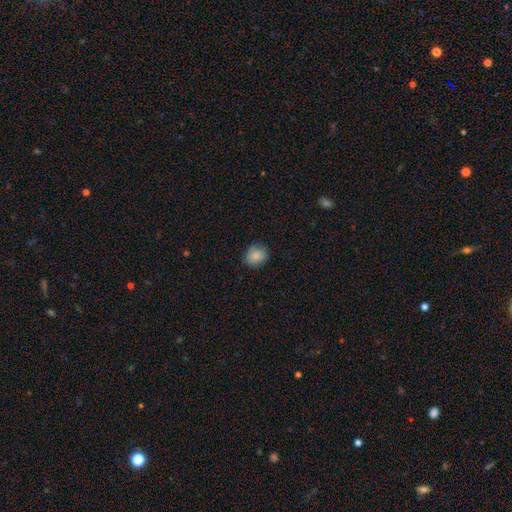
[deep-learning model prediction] Q: Smooth or featured?
A: smooth (85%); runner-up: star or artifact (8%)
Q: How rounded?
A: round (76%); runner-up: in between (23%)
Q: Merging?
A: none (80%); runner-up: minor disturbance (16%)